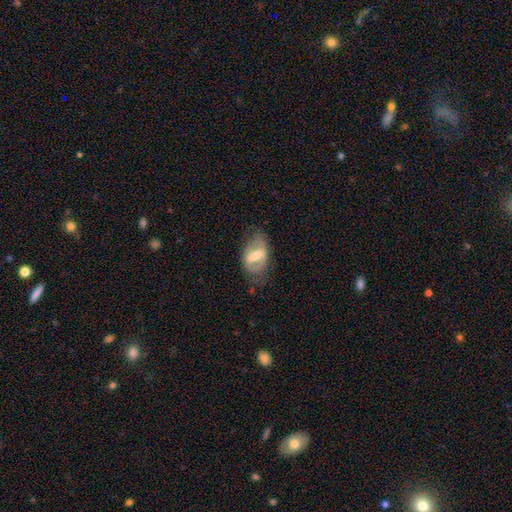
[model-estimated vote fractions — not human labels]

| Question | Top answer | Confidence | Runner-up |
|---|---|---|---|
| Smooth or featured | featured or disk | 58% | smooth (35%) |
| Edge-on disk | no | 90% | yes (10%) |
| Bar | strong | 57% | weak (30%) |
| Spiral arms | no | 62% | yes (38%) |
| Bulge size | moderate | 53% | small (29%) |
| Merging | none | 60% | minor disturbance (25%) |